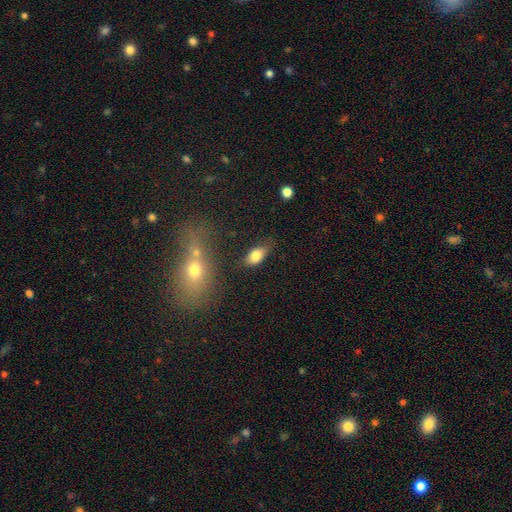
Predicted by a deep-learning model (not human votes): A smooth galaxy with no disk features (79%) that is in between round and cigar-shaped (87%).

Vote fractions:
- Smooth or featured? smooth: 79% / featured or disk: 12% / star or artifact: 8%
- How rounded? in between: 87% / round: 6% / cigar-shaped: 6%
- Merging? none: 70% / minor disturbance: 20% / major disturbance: 5% / merger: 4%